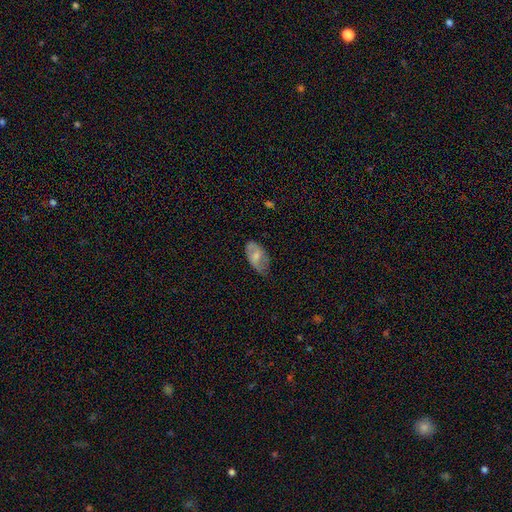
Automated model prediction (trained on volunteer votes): smooth 59%, featured or disk 34%, star or artifact 7%. Down the decision tree: how rounded — in between (93%); merging — none (54%).